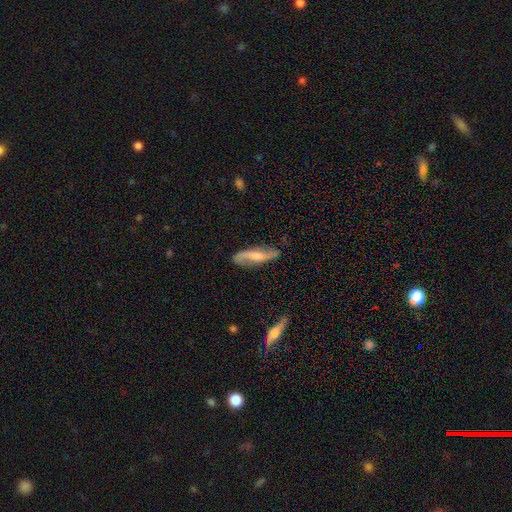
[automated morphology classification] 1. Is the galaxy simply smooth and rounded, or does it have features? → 70% featured or disk, 24% smooth, 6% star or artifact.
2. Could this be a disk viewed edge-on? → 81% no, 19% yes.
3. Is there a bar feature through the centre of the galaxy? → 42% no, 41% weak, 17% strong.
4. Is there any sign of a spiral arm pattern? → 93% yes, 7% no.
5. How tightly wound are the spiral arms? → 75% loose, 19% medium, 6% tight.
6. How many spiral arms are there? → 91% 2, 4% can't tell, 2% 1, 1% 3, 1% 4, 1% more than 4.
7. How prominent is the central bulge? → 41% moderate, 31% small, 18% none, 9% large, 2% dominant.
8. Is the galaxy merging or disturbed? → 79% none, 15% minor disturbance, 4% major disturbance, 2% merger.